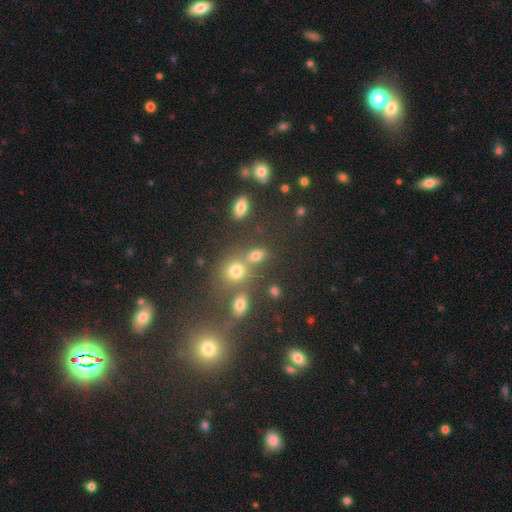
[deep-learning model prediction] smooth-or-featured: smooth: 72% | star or artifact: 18% | featured or disk: 10%
  how-rounded: in between: 65% | round: 31% | cigar-shaped: 3%
  merging: none: 54% | merger: 29% | minor disturbance: 11% | major disturbance: 6%